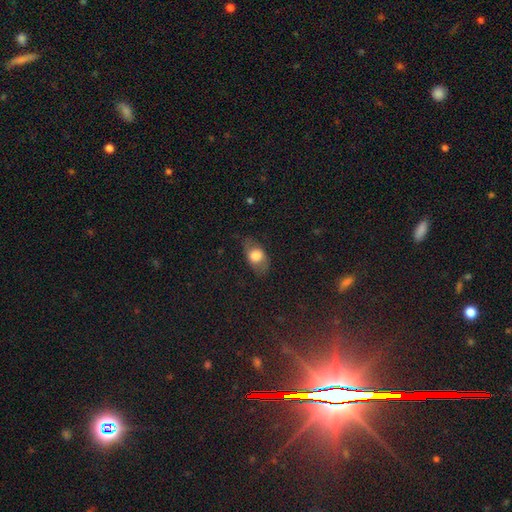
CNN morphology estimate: A smooth galaxy with no disk features (68%) that is in between round and cigar-shaped (79%).

Vote fractions:
- Smooth or featured? smooth: 68% / featured or disk: 24% / star or artifact: 9%
- How rounded? in between: 79% / round: 17% / cigar-shaped: 3%
- Merging? none: 72% / minor disturbance: 20% / major disturbance: 7% / merger: 1%